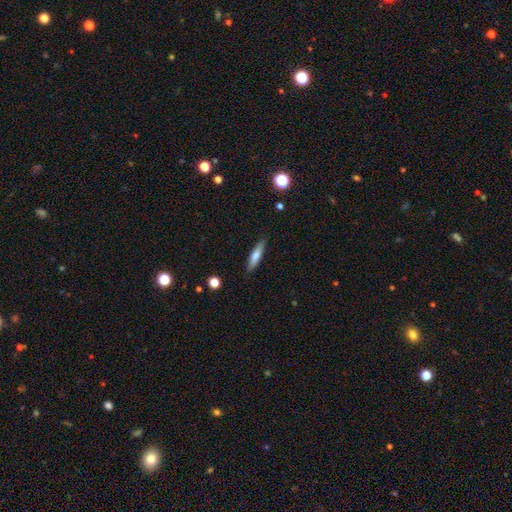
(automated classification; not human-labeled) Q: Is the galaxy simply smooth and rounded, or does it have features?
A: smooth — 66%.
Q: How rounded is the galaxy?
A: cigar-shaped — 82%.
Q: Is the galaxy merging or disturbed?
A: none — 88%.